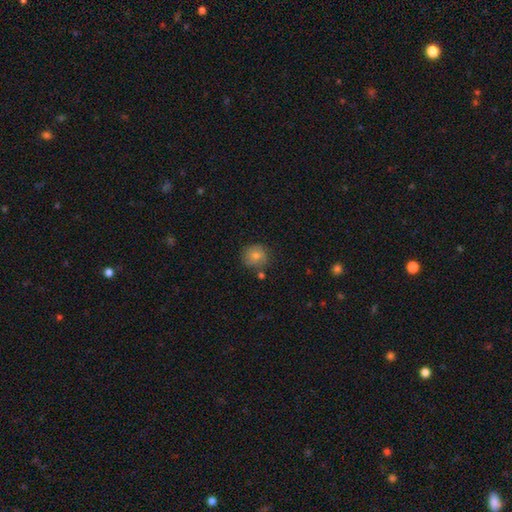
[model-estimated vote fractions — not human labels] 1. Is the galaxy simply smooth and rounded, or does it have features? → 75% smooth, 16% featured or disk, 9% star or artifact.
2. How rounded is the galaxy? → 88% round, 11% in between, 1% cigar-shaped.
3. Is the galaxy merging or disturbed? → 73% none, 17% minor disturbance, 6% merger, 4% major disturbance.